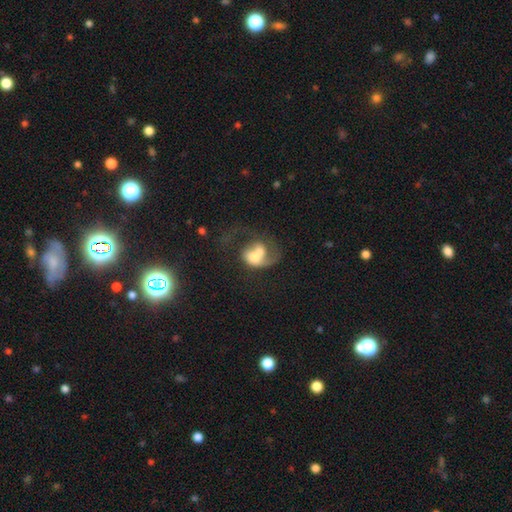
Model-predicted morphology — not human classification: Smooth or featured? featured or disk (50%)
Edge-on disk? no (97%)
Merging? merger (59%)